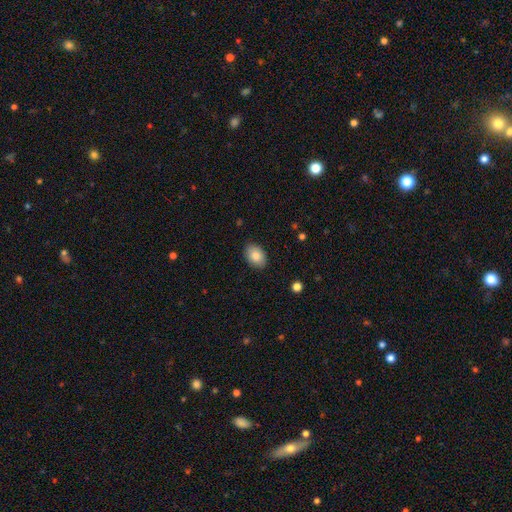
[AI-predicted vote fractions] Smooth or featured? Predicted: smooth (p=0.86). How rounded? Predicted: in between (p=0.84). Merging? Predicted: none (p=0.88).